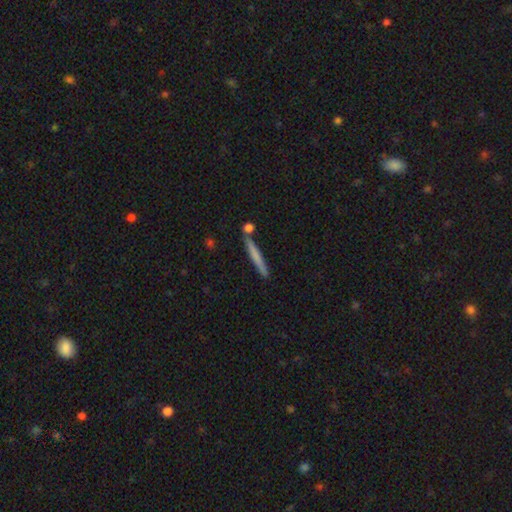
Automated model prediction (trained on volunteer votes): Smooth or featured?
  - smooth: 65% *
  - featured or disk: 29%
  - star or artifact: 6%
How rounded?
  - cigar-shaped: 96% *
  - in between: 3%
  - round: 2%
Merging?
  - none: 82% *
  - minor disturbance: 9%
  - merger: 6%
  - major disturbance: 2%